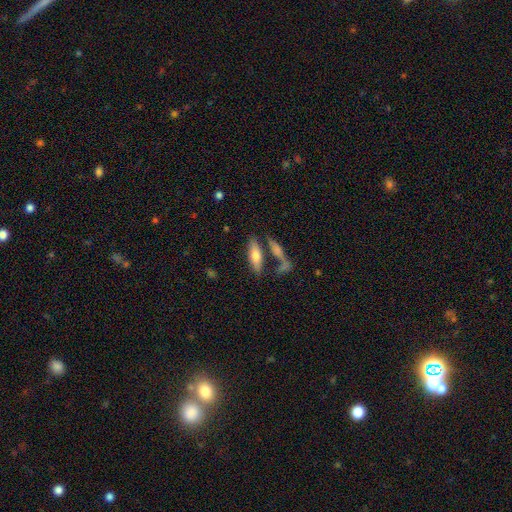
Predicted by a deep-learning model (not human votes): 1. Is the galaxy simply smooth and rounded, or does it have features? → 67% smooth, 27% featured or disk, 6% star or artifact.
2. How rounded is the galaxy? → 58% in between, 39% cigar-shaped, 3% round.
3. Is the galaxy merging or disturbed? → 63% none, 20% merger, 13% minor disturbance, 5% major disturbance.